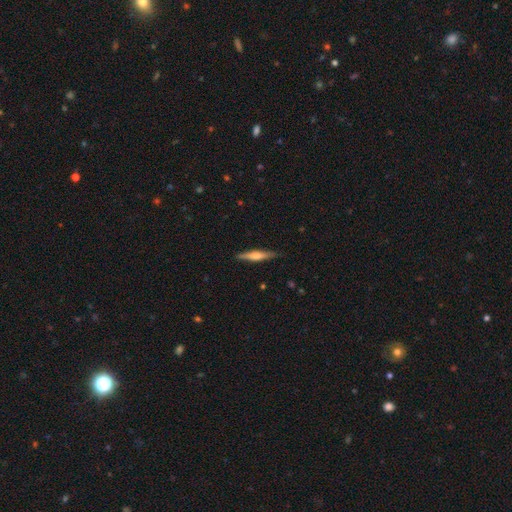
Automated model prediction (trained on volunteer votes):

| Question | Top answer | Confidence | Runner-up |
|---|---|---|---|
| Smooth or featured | featured or disk | 60% | smooth (34%) |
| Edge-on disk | yes | 97% | no (3%) |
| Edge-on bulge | rounded | 76% | boxy (16%) |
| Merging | none | 87% | minor disturbance (10%) |